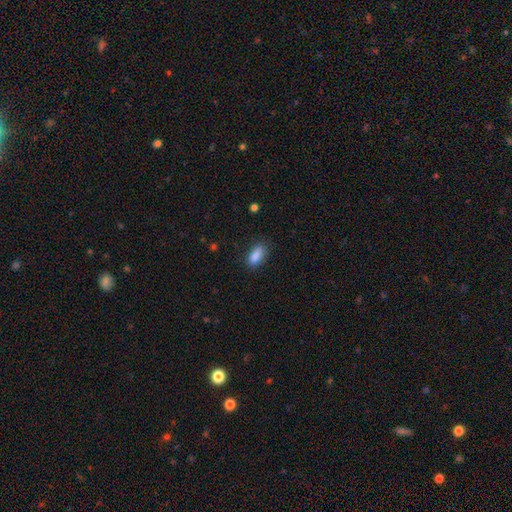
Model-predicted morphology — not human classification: Q: Smooth or featured?
A: smooth (87%); runner-up: star or artifact (8%)
Q: How rounded?
A: in between (83%); runner-up: cigar-shaped (14%)
Q: Merging?
A: none (78%); runner-up: minor disturbance (16%)